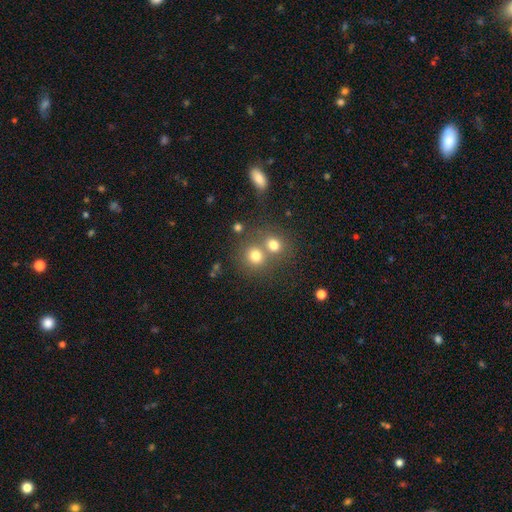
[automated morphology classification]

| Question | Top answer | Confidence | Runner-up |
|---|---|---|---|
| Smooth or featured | smooth | 75% | star or artifact (15%) |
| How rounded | round | 85% | in between (14%) |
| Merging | none | 51% | merger (39%) |